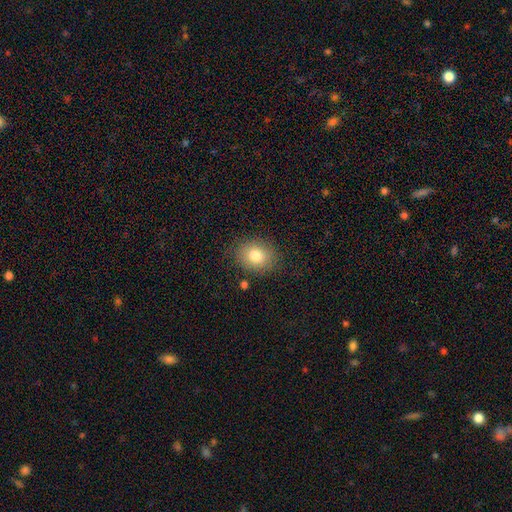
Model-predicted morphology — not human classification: A smooth galaxy with no disk features (80%) that is in between round and cigar-shaped (50%). Merging: none (83%).